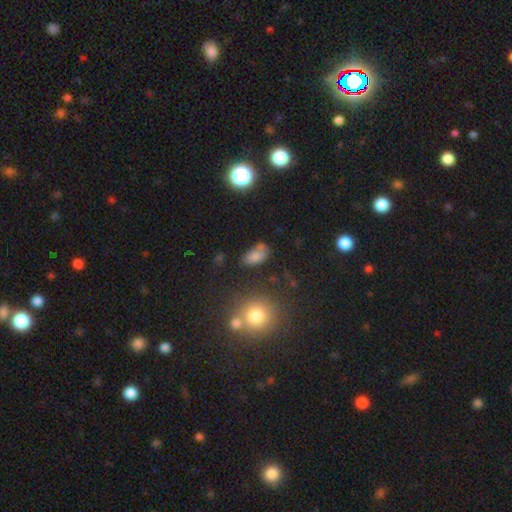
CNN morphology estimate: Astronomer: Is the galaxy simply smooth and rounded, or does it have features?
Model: smooth — 74%.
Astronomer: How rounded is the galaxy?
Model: in between — 89%.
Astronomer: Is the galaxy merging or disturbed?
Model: none — 55%.